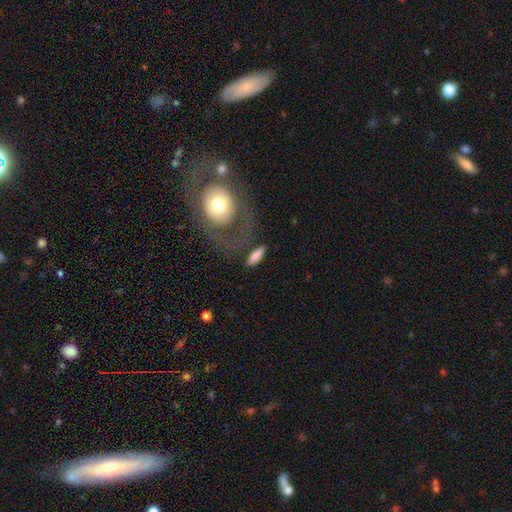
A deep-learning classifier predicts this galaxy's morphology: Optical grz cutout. It shows a smooth galaxy with no disk features (77%) that is in between round and cigar-shaped (56%). Merging: none (71%).